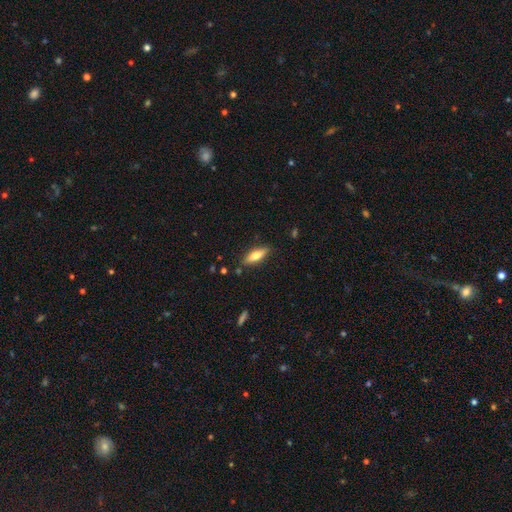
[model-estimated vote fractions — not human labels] This appears to be a smooth galaxy with no disk features (63%) that is in between round and cigar-shaped (49%, tied with cigar-shaped). Merging: none (86%).